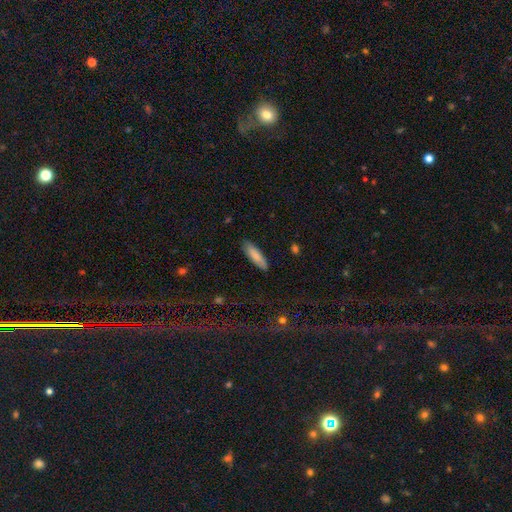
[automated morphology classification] The model was most divided on "how rounded": cigar-shaped: 60%, in between: 39%, round: 1%. More confident: merging — none (87%); smooth or featured — smooth (84%).